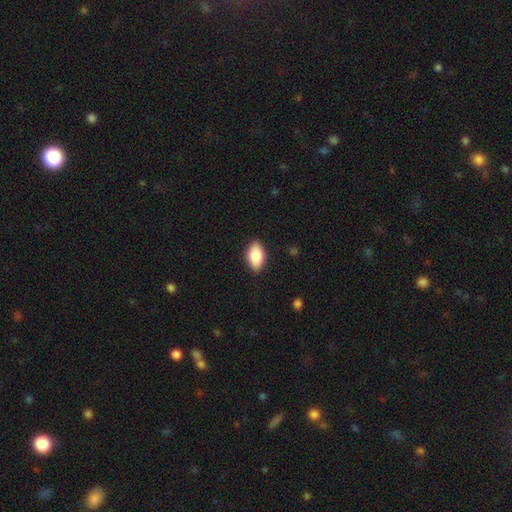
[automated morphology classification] Smooth or featured: smooth — 84% (featured or disk — 9%)
How rounded: in between — 92% (round — 5%)
Merging: none — 87% (minor disturbance — 10%)